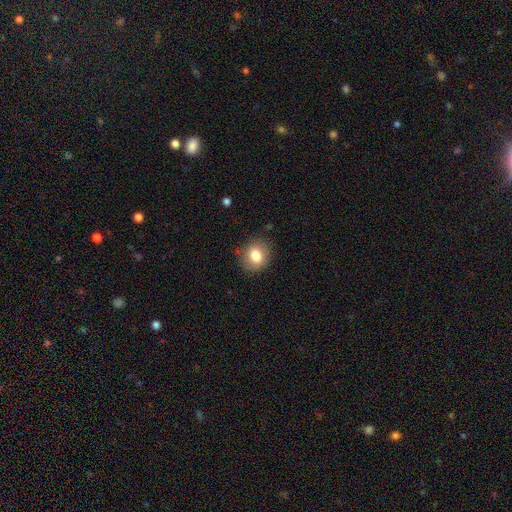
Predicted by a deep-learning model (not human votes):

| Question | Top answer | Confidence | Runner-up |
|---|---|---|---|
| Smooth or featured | smooth | 80% | star or artifact (10%) |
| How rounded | round | 74% | in between (25%) |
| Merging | none | 86% | minor disturbance (10%) |